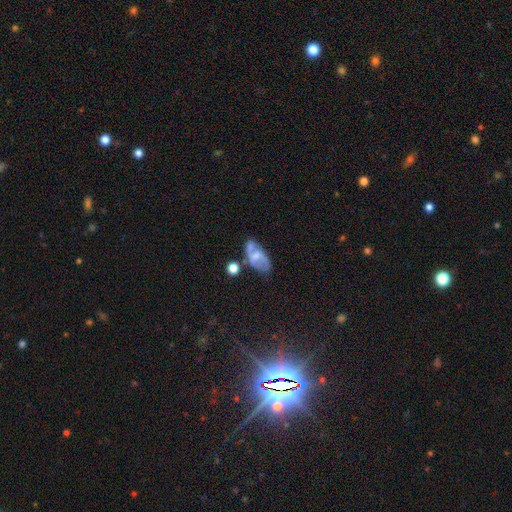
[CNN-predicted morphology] A featured or disk galaxy (53%). Merging: none (43%).